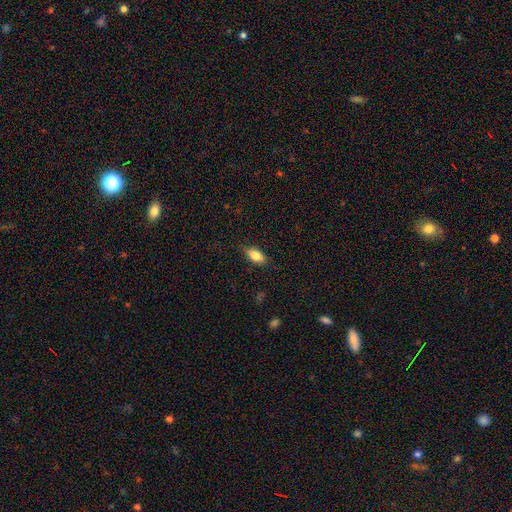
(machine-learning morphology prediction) This is likely a smooth galaxy (79%). How rounded: clearly in between (86%). Merging: clearly none (82%).